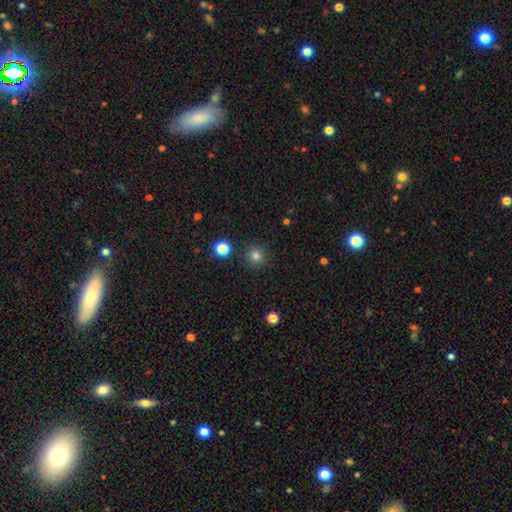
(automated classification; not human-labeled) Smooth or featured? smooth (80%)
How rounded? round (94%)
Merging? none (89%)